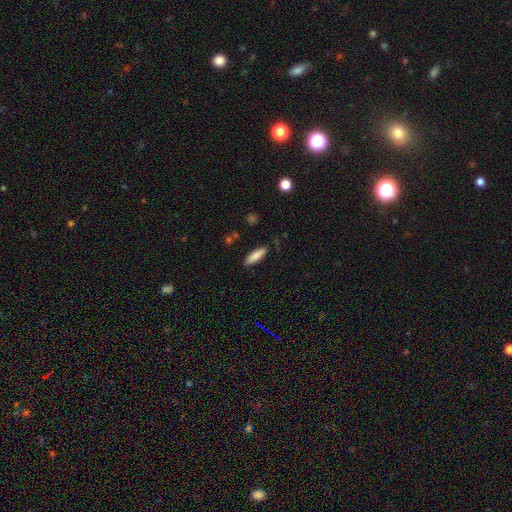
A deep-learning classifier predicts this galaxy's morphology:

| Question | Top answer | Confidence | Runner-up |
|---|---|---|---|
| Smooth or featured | smooth | 83% | featured or disk (10%) |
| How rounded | cigar-shaped | 58% | in between (41%) |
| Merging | none | 83% | minor disturbance (13%) |